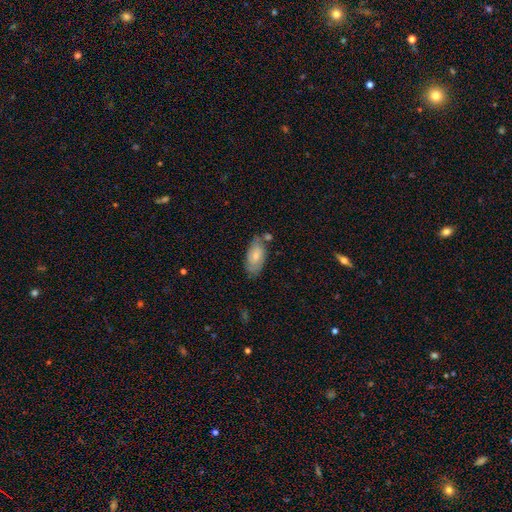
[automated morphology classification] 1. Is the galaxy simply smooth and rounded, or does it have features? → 62% smooth, 31% featured or disk, 7% star or artifact.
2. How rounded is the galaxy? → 91% in between, 6% cigar-shaped, 4% round.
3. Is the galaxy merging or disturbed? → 60% none, 23% minor disturbance, 12% merger, 6% major disturbance.